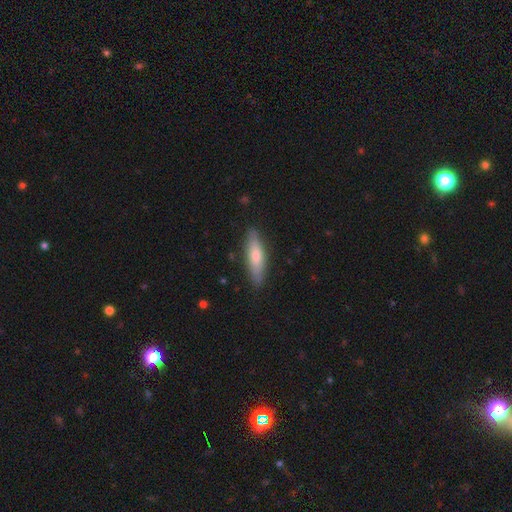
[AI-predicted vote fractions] Smooth or featured? Predicted: smooth (p=0.65). How rounded? Predicted: cigar-shaped (p=0.70). Merging? Predicted: none (p=0.86).